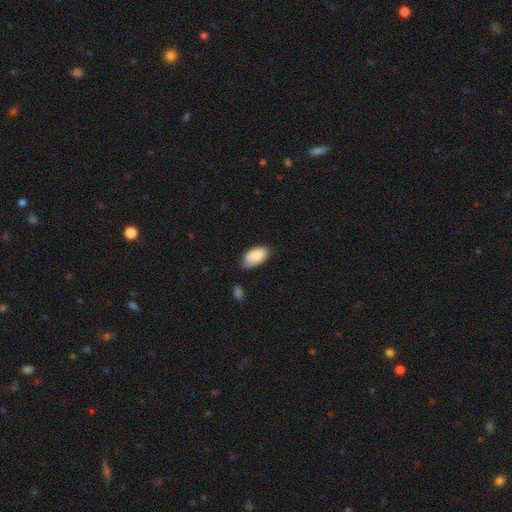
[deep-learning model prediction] Smooth or featured: smooth — 89% (star or artifact — 6%)
How rounded: in between — 95% (round — 3%)
Merging: none — 71% (minor disturbance — 23%)